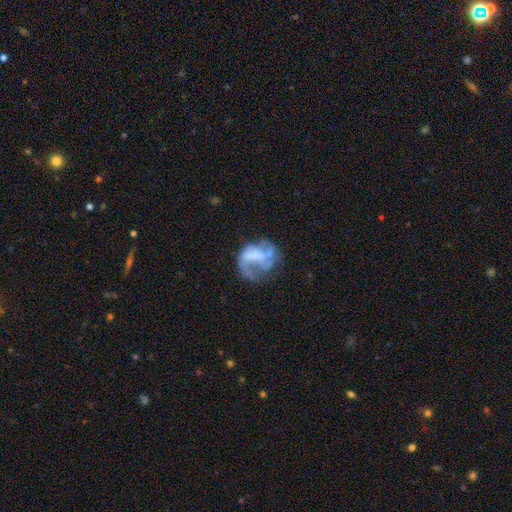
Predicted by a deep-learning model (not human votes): Overall: featured or disk (60%; smooth 29%). Edge-on disk: no (98%). Bar: no (67%). Spiral arms: no (54%; yes 46%). Bulge size: none (59%). Merging: major disturbance (37%; none 36%).